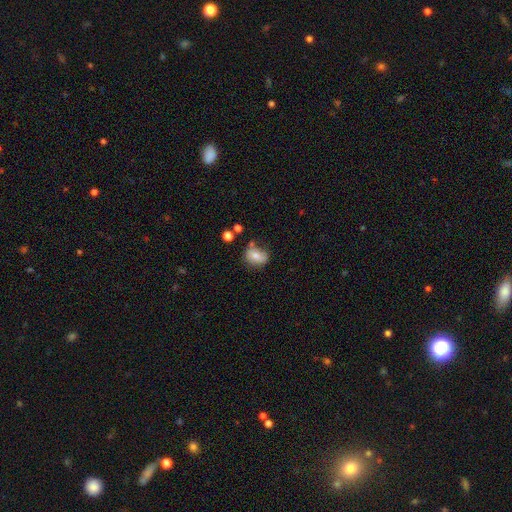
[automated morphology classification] smooth-or-featured: smooth: 70% | featured or disk: 20% | star or artifact: 10%
  how-rounded: in between: 61% | round: 37% | cigar-shaped: 1%
  merging: none: 63% | minor disturbance: 23% | merger: 7% | major disturbance: 6%